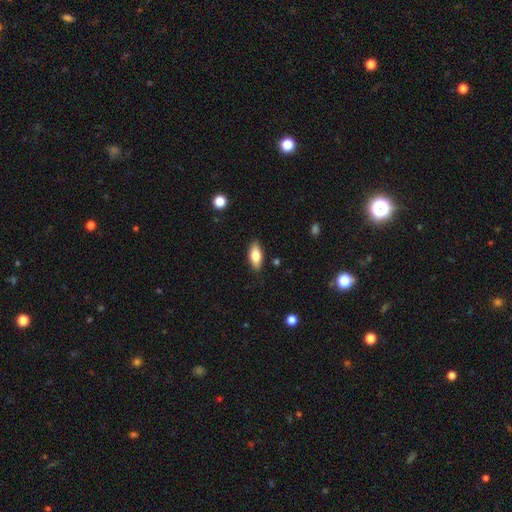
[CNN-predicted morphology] Smooth or featured? Predicted: smooth (p=0.74). How rounded? Predicted: in between (p=0.81). Merging? Predicted: none (p=0.88).